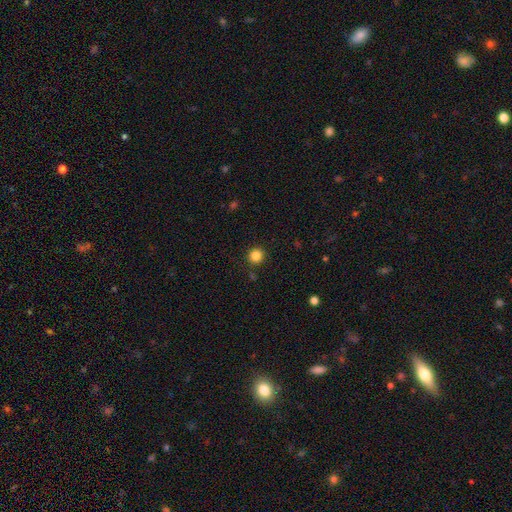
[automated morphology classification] Smooth or featured? smooth (85%)
How rounded? round (92%)
Merging? none (90%)